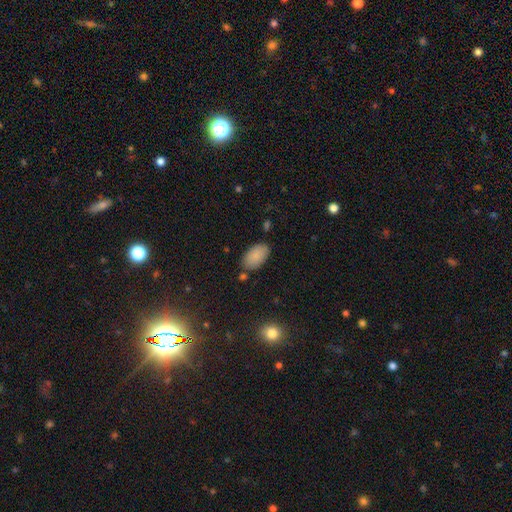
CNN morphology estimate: Smooth or featured?
  - smooth: 87% *
  - star or artifact: 7%
  - featured or disk: 5%
How rounded?
  - in between: 94% *
  - round: 4%
  - cigar-shaped: 2%
Merging?
  - none: 79% *
  - minor disturbance: 13%
  - merger: 4%
  - major disturbance: 3%